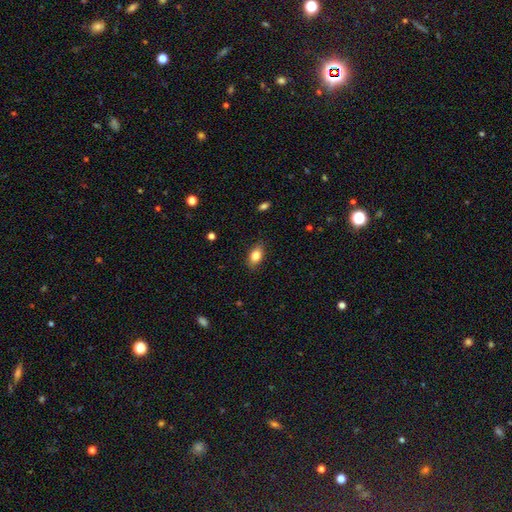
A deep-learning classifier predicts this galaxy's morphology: A smooth galaxy with no disk features (83%) that is in between round and cigar-shaped (87%).

Vote fractions:
- Smooth or featured? smooth: 83% / featured or disk: 9% / star or artifact: 8%
- How rounded? in between: 87% / round: 9% / cigar-shaped: 4%
- Merging? none: 86% / minor disturbance: 11% / major disturbance: 2% / merger: 1%